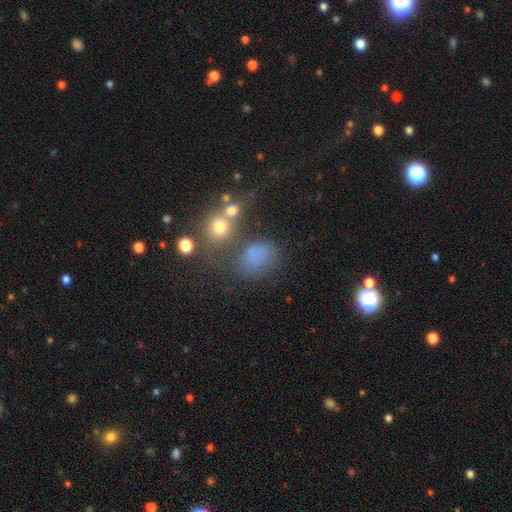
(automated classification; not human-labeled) This is likely a smooth galaxy (70%). How rounded: possibly in between (58%). Merging: possibly none (54%).